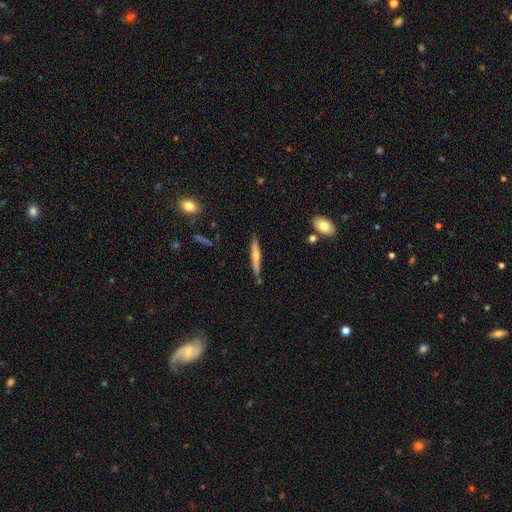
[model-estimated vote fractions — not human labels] Smooth or featured? Predicted: smooth (p=0.50). Merging? Predicted: none (p=0.80).